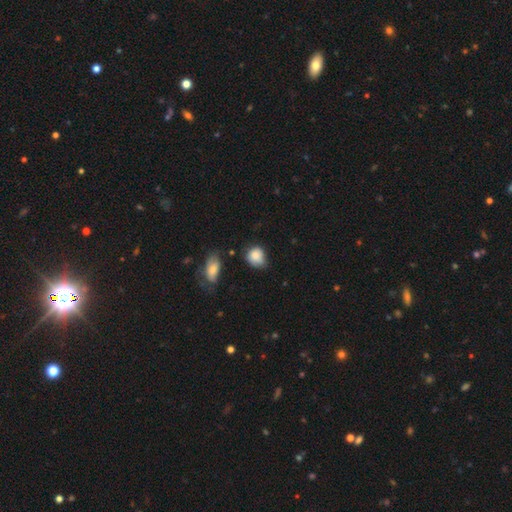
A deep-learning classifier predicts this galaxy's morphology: This appears to be a smooth galaxy with no disk features (83%) that is round (62%). Merging: none (44%).